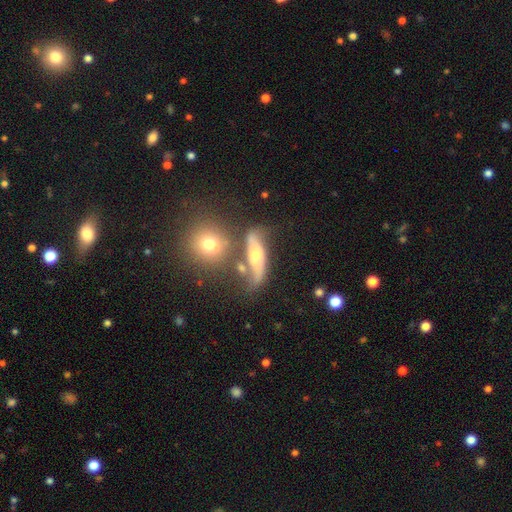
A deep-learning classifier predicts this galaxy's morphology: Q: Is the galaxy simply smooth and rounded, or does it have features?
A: featured or disk — 52%.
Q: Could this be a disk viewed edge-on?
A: no — 70%.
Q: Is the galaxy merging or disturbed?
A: none — 45%.